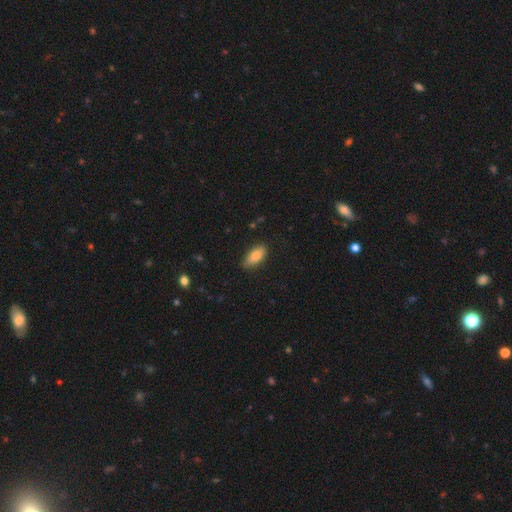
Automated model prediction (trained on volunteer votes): This appears to be a smooth galaxy with no disk features (86%) that is in between round and cigar-shaped (85%). Merging: none (81%).